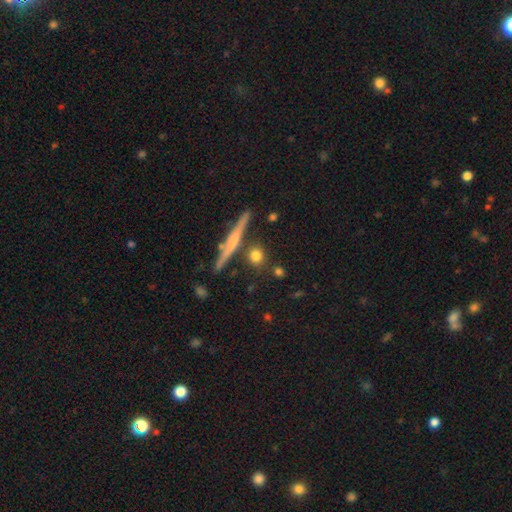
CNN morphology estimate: Overall: smooth (72%). How rounded: round (76%). Merging: none (79%).